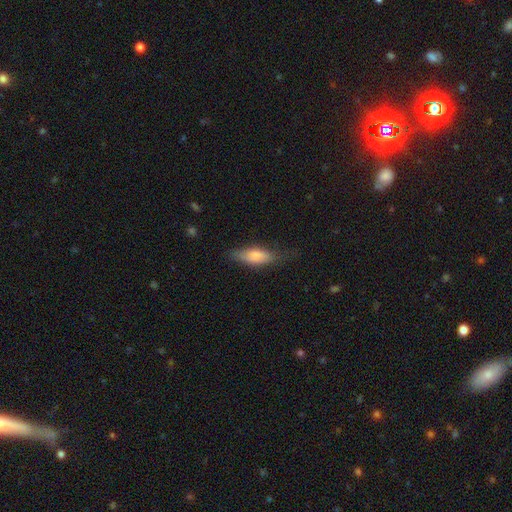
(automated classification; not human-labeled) smooth-or-featured: smooth: 76% | featured or disk: 18% | star or artifact: 6%
  how-rounded: in between: 65% | cigar-shaped: 32% | round: 2%
  merging: none: 62% | minor disturbance: 27% | major disturbance: 9% | merger: 1%